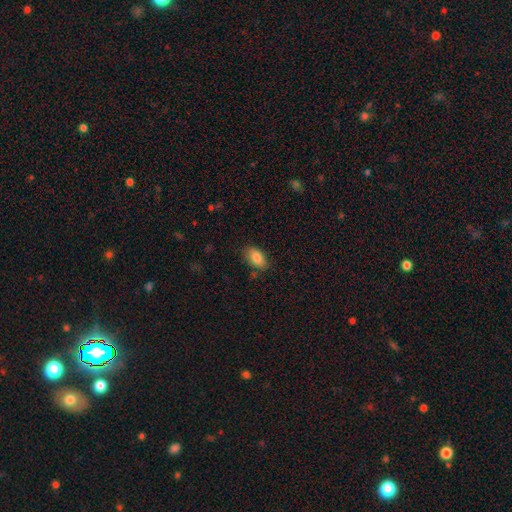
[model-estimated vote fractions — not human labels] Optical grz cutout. It shows a smooth galaxy with no disk features (85%) that is in between round and cigar-shaped (92%). Merging: none (81%).